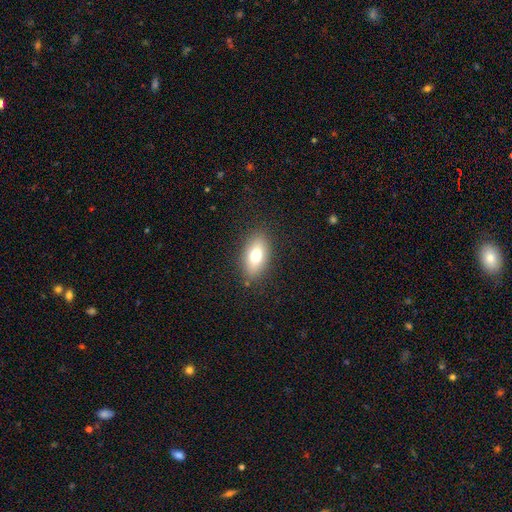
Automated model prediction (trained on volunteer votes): Smooth or featured? smooth (73%)
How rounded? in between (87%)
Merging? none (86%)